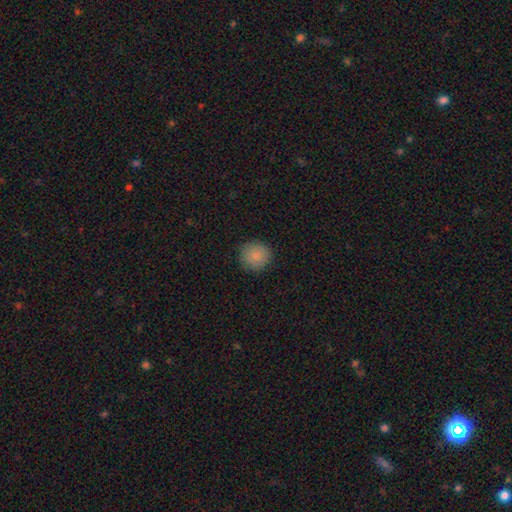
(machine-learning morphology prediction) smooth_or_featured: smooth (p=0.85) [alt: star or artifact p=0.09]
how_rounded: round (p=0.93) [alt: in between p=0.06]
merging: none (p=0.89) [alt: minor disturbance p=0.08]